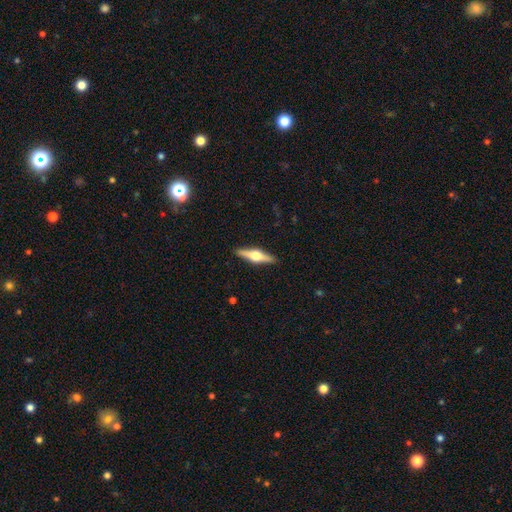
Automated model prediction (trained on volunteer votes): A featured or disk galaxy (70%) viewed edge-on (97%) with a rounded central bulge (96%). Merging: none (91%).